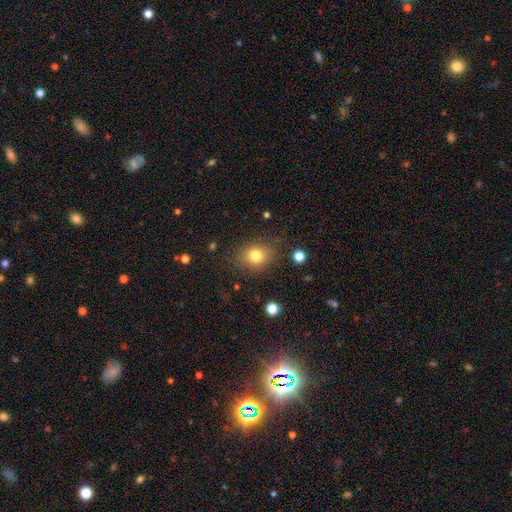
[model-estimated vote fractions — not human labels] A smooth galaxy with no disk features (78%) that is round (61%).

Vote fractions:
- Smooth or featured? smooth: 78% / star or artifact: 13% / featured or disk: 9%
- How rounded? round: 61% / in between: 38% / cigar-shaped: 1%
- Merging? none: 81% / minor disturbance: 13% / major disturbance: 5% / merger: 2%